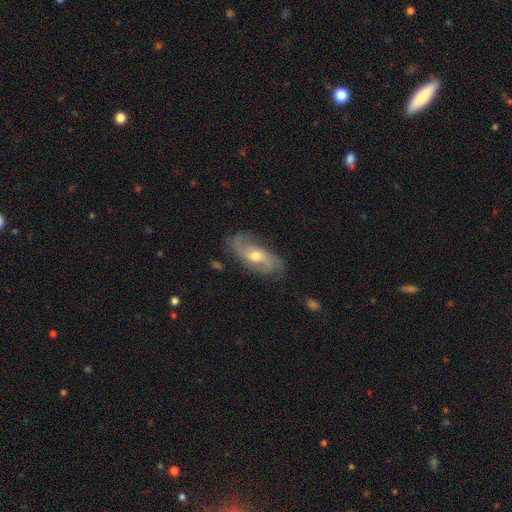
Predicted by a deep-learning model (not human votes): A featured or disk galaxy (76%) with no bar (60%), 2 (67%) medium (41%) spiral arms (92%) and a moderate central bulge (66%). Merging: none (72%).